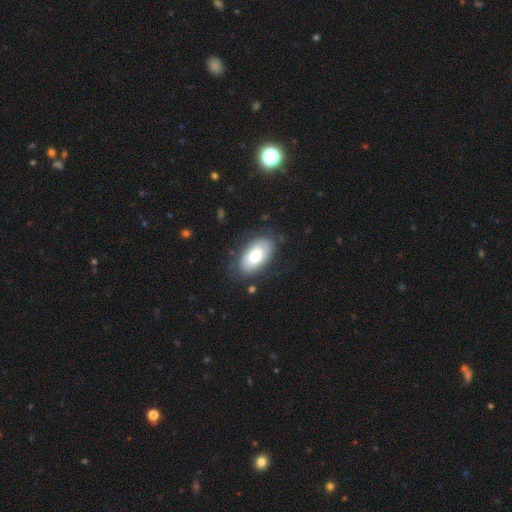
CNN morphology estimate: Smooth or featured? smooth (65%)
How rounded? in between (95%)
Merging? none (74%)